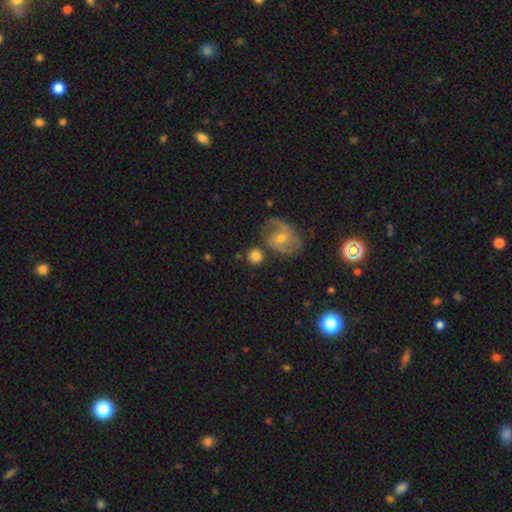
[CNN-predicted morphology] Smooth or featured? smooth (75%)
How rounded? round (88%)
Merging? none (74%)